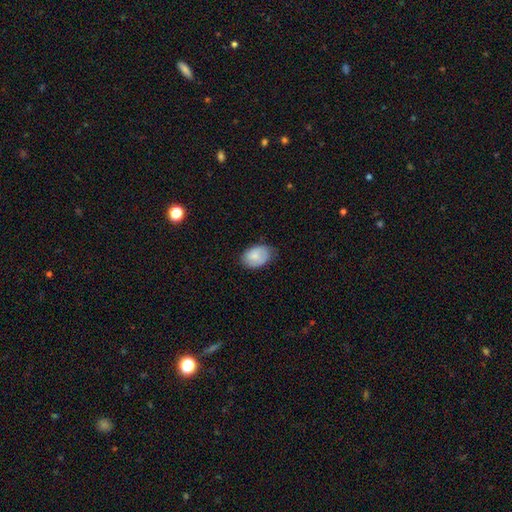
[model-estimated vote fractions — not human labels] smooth 78%, featured or disk 16%, star or artifact 7%. Down the decision tree: how rounded — in between (86%); merging — none (72%).